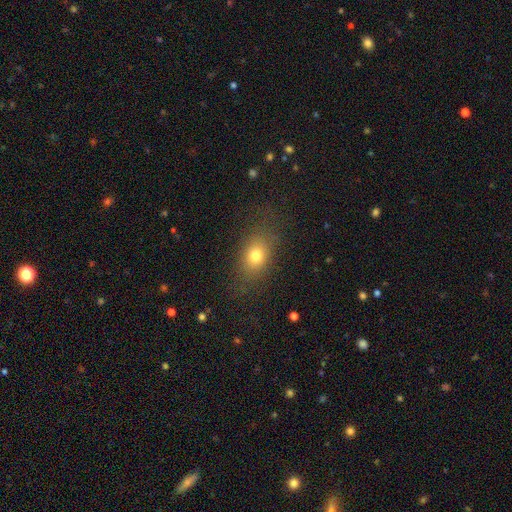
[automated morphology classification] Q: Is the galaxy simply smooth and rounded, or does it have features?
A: smooth — 75%.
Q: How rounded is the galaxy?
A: in between — 68%.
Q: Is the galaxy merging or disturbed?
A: none — 77%.